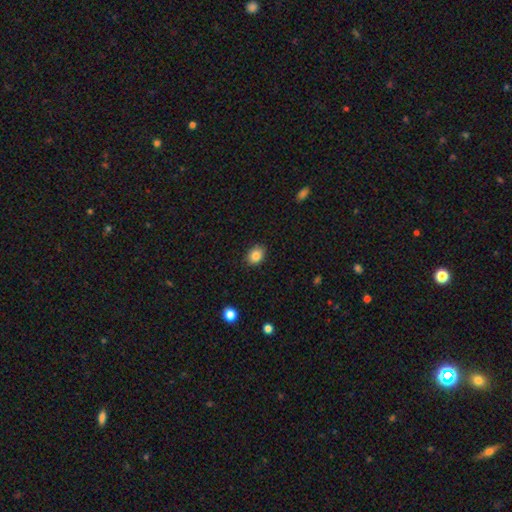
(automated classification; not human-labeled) A smooth galaxy with no disk features (85%) that is in between round and cigar-shaped (65%). Merging: none (87%).